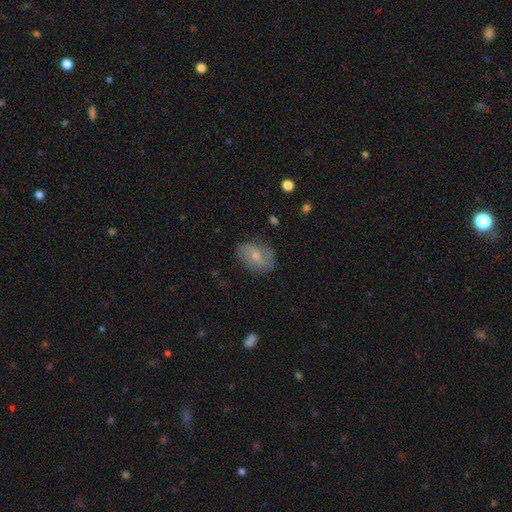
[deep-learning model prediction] The model was most divided on "smooth or featured": smooth: 57%, featured or disk: 35%, star or artifact: 8%. More confident: how rounded — in between (77%); merging — none (74%).